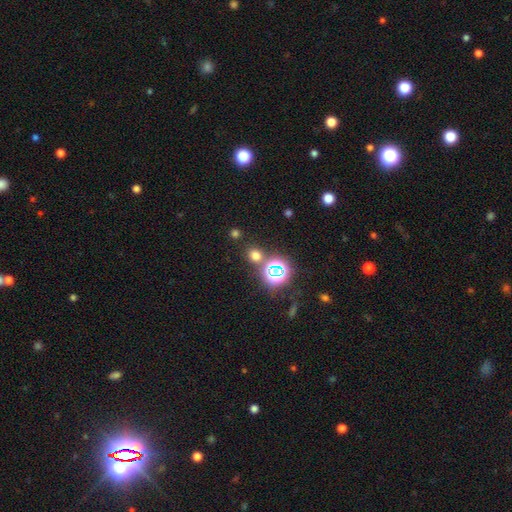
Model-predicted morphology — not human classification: This is likely a smooth galaxy (62%). How rounded: clearly round (81%). Merging: likely none (78%).